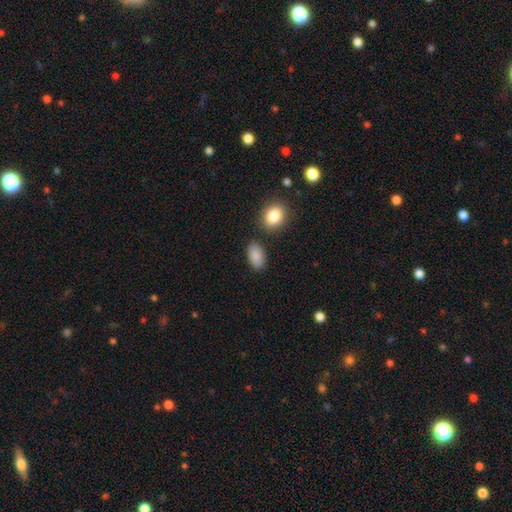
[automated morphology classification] smooth_or_featured: smooth (p=0.89) [alt: star or artifact p=0.07]
how_rounded: in between (p=0.92) [alt: round p=0.06]
merging: none (p=0.81) [alt: minor disturbance p=0.11]